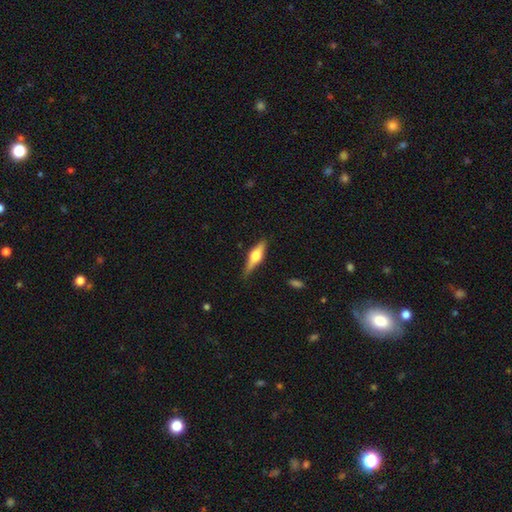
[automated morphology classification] Q: Smooth or featured?
A: featured or disk (63%); runner-up: smooth (31%)
Q: Edge-on disk?
A: yes (96%); runner-up: no (4%)
Q: Edge-on bulge?
A: rounded (93%); runner-up: boxy (5%)
Q: Merging?
A: none (84%); runner-up: minor disturbance (12%)